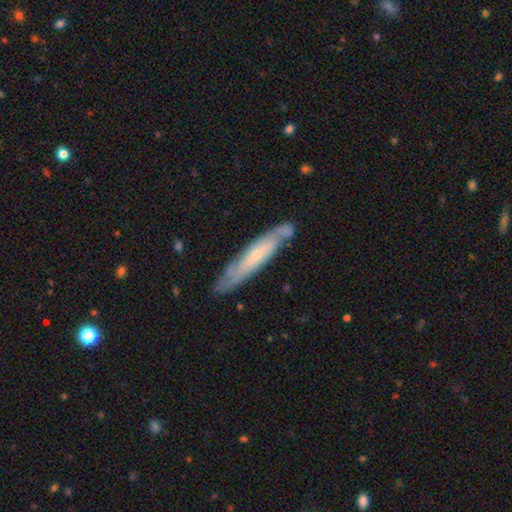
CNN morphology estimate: Smooth or featured? Predicted: featured or disk (p=0.64). Edge-on disk? Predicted: no (p=0.54). Merging? Predicted: none (p=0.76).